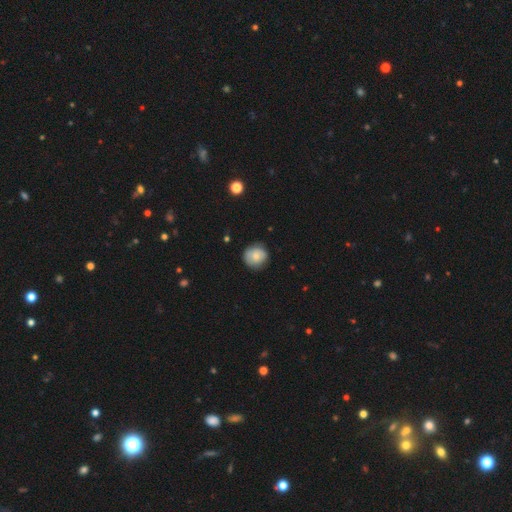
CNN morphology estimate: A smooth galaxy with no disk features (70%) that is round (88%).

Vote fractions:
- Smooth or featured? smooth: 70% / featured or disk: 23% / star or artifact: 8%
- How rounded? round: 88% / in between: 11% / cigar-shaped: 1%
- Merging? none: 78% / minor disturbance: 17% / major disturbance: 3% / merger: 1%